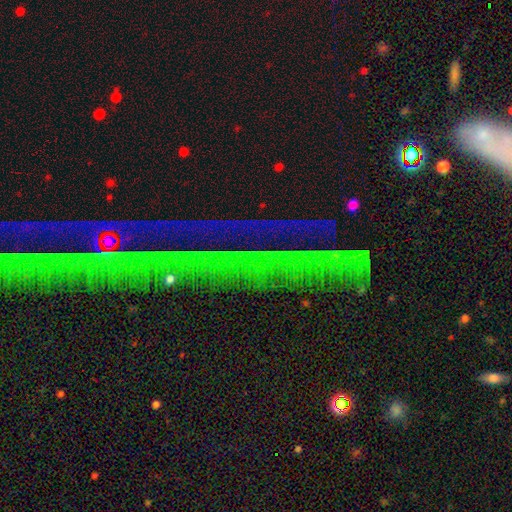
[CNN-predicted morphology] smooth_or_featured: star or artifact (p=0.83) [alt: featured or disk p=0.09]